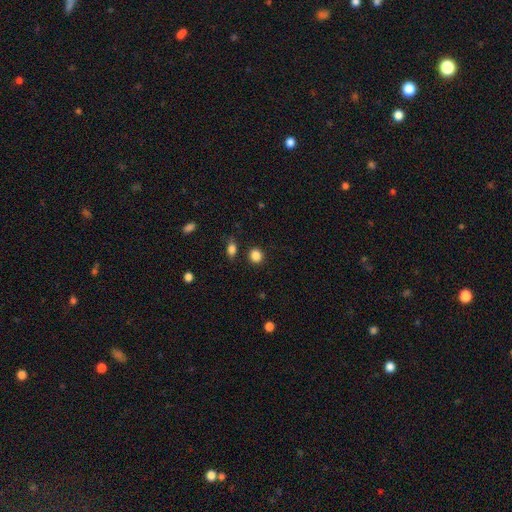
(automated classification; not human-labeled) The model was most divided on "how rounded": round: 85%, in between: 14%, cigar-shaped: 1%. More confident: merging — none (86%); smooth or featured — smooth (86%).